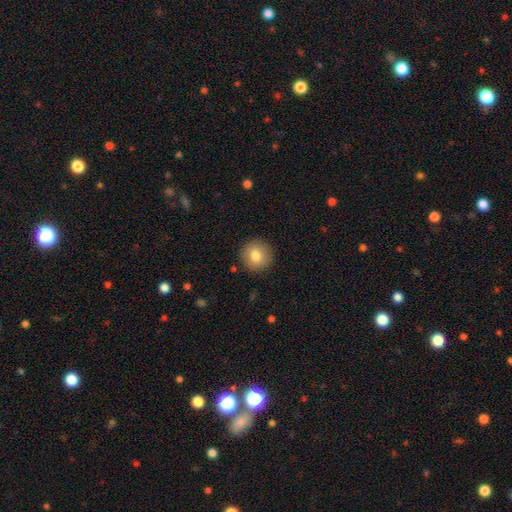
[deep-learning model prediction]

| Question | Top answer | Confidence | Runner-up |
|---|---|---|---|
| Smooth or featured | smooth | 80% | featured or disk (11%) |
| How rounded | round | 94% | in between (5%) |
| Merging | none | 91% | minor disturbance (6%) |